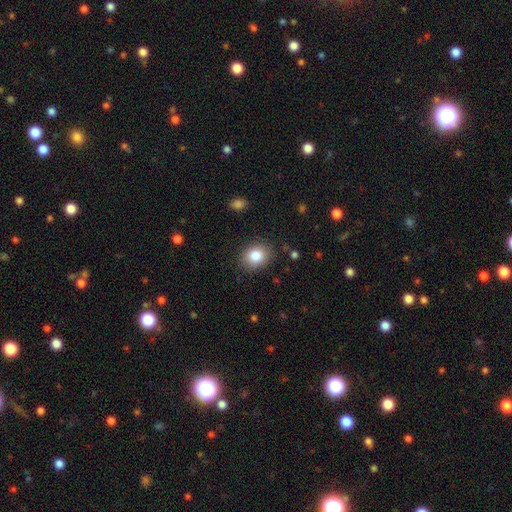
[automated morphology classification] smooth-or-featured: smooth: 84% | star or artifact: 9% | featured or disk: 7%
  how-rounded: in between: 51% | round: 49% | cigar-shaped: 1%
  merging: none: 86% | minor disturbance: 10% | major disturbance: 3% | merger: 1%